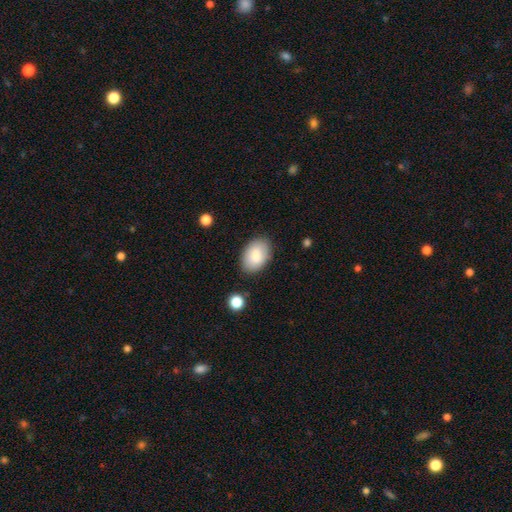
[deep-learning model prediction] This is clearly a smooth galaxy (84%). How rounded: clearly in between (90%). Merging: clearly none (83%).